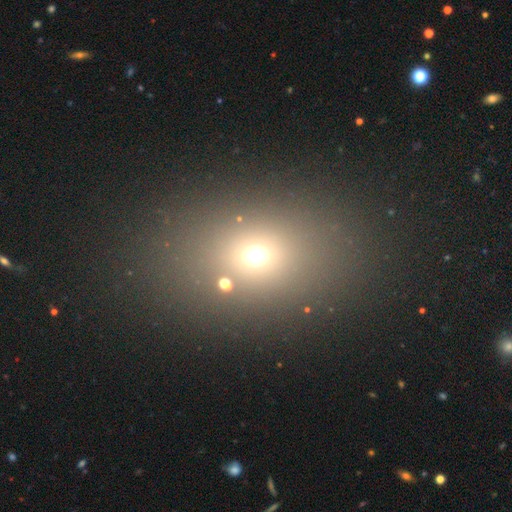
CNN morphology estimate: smooth-or-featured: smooth: 64% | star or artifact: 24% | featured or disk: 13%
  how-rounded: in between: 62% | round: 36% | cigar-shaped: 2%
  merging: none: 81% | minor disturbance: 9% | major disturbance: 5% | merger: 4%